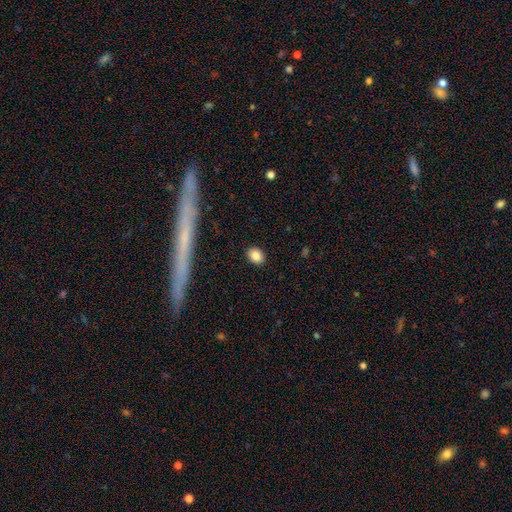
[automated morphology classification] Smooth or featured? smooth (84%)
How rounded? in between (61%)
Merging? none (89%)